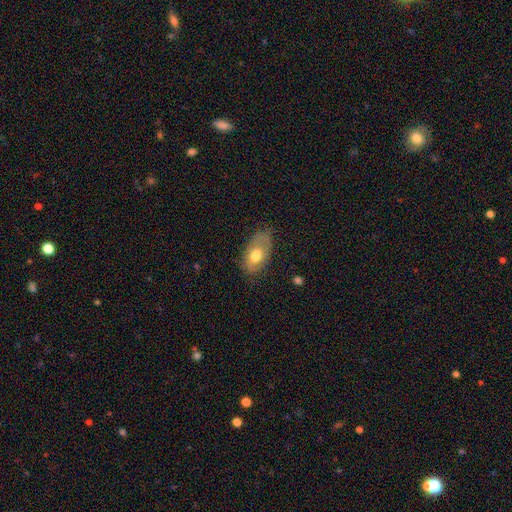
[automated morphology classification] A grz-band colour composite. It shows a smooth galaxy with no disk features (66%) that is in between round and cigar-shaped (91%). Merging: none (59%).